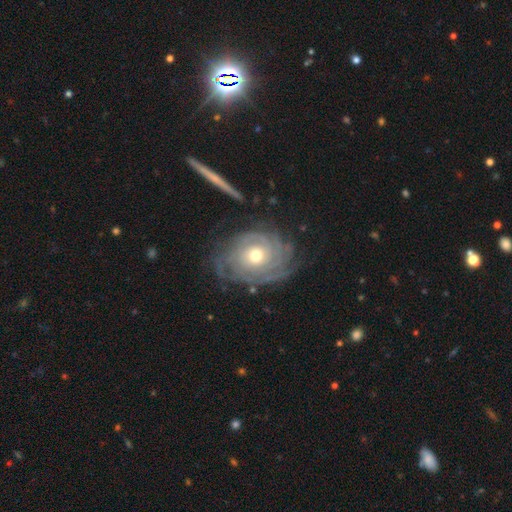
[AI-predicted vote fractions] Smooth or featured?
  - featured or disk: 85% *
  - smooth: 9%
  - star or artifact: 6%
Edge-on disk?
  - no: 96% *
  - yes: 4%
Bar?
  - no: 79% *
  - weak: 16%
  - strong: 4%
Spiral arms?
  - yes: 95% *
  - no: 5%
Spiral winding?
  - tight: 78% *
  - medium: 17%
  - loose: 5%
Spiral arm count?
  - can't tell: 39% *
  - 3: 16%
  - 4: 15%
  - 2: 13%
  - more than 4: 11%
  - 1: 6%
Bulge size?
  - moderate: 62% *
  - small: 32%
  - large: 5%
  - dominant: 1%
  - none: 1%
Merging?
  - none: 72% *
  - minor disturbance: 18%
  - major disturbance: 9%
  - merger: 2%